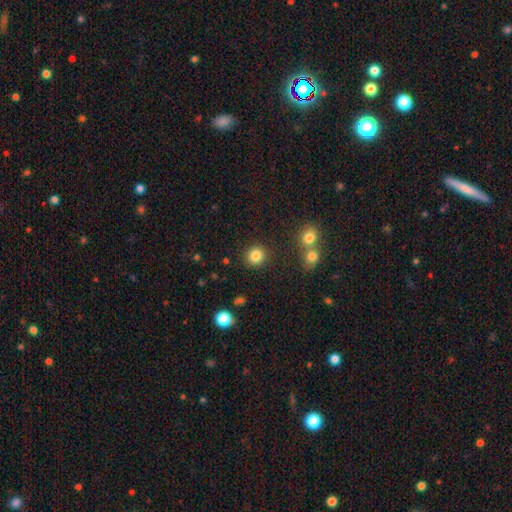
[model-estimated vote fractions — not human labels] Q: Smooth or featured?
A: smooth (84%); runner-up: star or artifact (11%)
Q: How rounded?
A: round (89%); runner-up: in between (10%)
Q: Merging?
A: none (88%); runner-up: minor disturbance (6%)